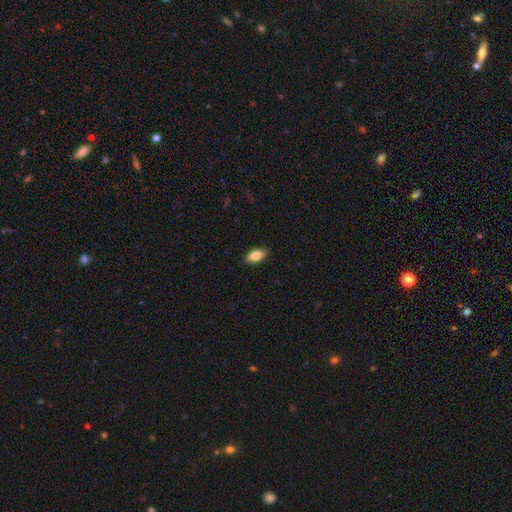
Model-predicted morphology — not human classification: type=smooth (76%); roundness=in between (84%); merging=none (88%).